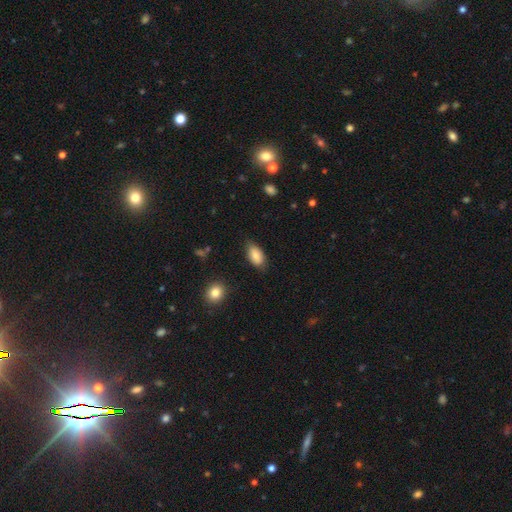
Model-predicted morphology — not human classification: Smooth or featured?
  - smooth: 83% *
  - featured or disk: 10%
  - star or artifact: 7%
How rounded?
  - in between: 93% *
  - round: 4%
  - cigar-shaped: 3%
Merging?
  - none: 75% *
  - minor disturbance: 20%
  - major disturbance: 4%
  - merger: 1%